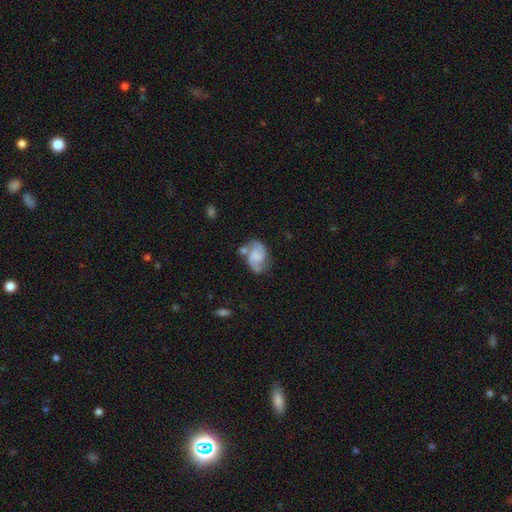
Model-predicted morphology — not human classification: Smooth or featured?
  - featured or disk: 77% *
  - smooth: 17%
  - star or artifact: 7%
Edge-on disk?
  - no: 98% *
  - yes: 2%
Bar?
  - no: 53% *
  - weak: 38%
  - strong: 9%
Spiral arms?
  - yes: 94% *
  - no: 6%
Spiral winding?
  - medium: 50% *
  - tight: 25%
  - loose: 24%
Spiral arm count?
  - 2: 87% *
  - can't tell: 5%
  - 3: 3%
  - 1: 2%
  - 4: 1%
  - more than 4: 1%
Bulge size?
  - none: 49% *
  - small: 24%
  - moderate: 17%
  - large: 7%
  - dominant: 2%
Merging?
  - none: 54% *
  - minor disturbance: 21%
  - merger: 15%
  - major disturbance: 10%